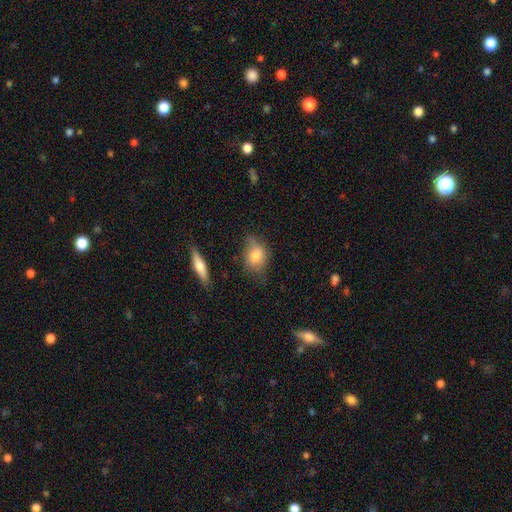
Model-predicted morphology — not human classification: Smooth or featured? Predicted: smooth (p=0.74). How rounded? Predicted: in between (p=0.68). Merging? Predicted: none (p=0.58).